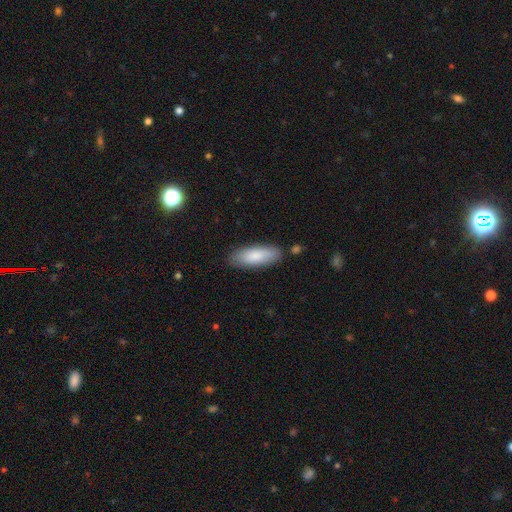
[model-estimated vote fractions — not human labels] A smooth galaxy with no disk features (83%) that is in between round and cigar-shaped (65%).

Vote fractions:
- Smooth or featured? smooth: 83% / featured or disk: 11% / star or artifact: 5%
- How rounded? in between: 65% / cigar-shaped: 33% / round: 2%
- Merging? none: 84% / minor disturbance: 11% / merger: 3% / major disturbance: 2%